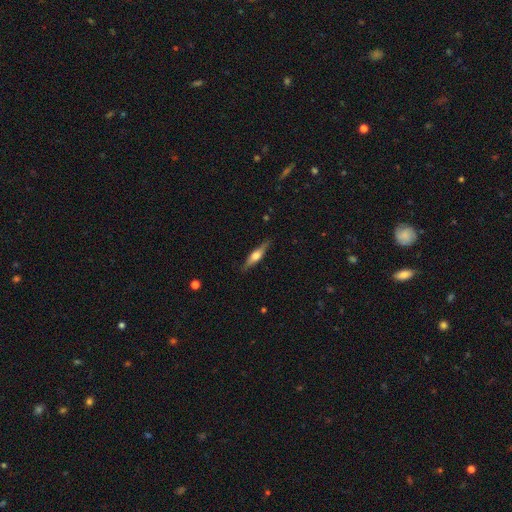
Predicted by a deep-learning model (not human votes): featured or disk 63%, smooth 31%, star or artifact 6%. Down the decision tree: edge-on disk — yes (96%); edge-on bulge — rounded (87%); merging — none (87%).